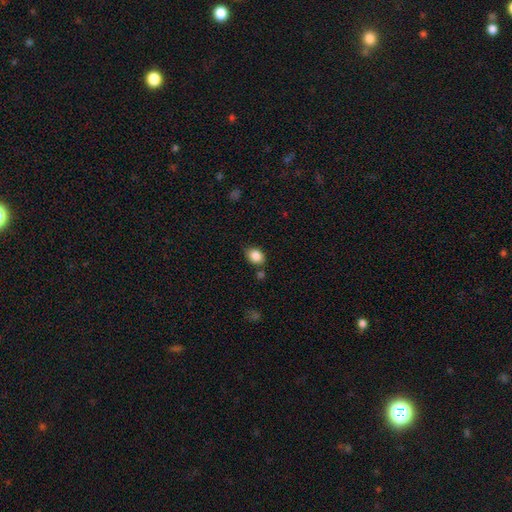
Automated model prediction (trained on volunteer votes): smooth-or-featured: smooth: 86% | star or artifact: 9% | featured or disk: 5%
  how-rounded: in between: 61% | round: 38% | cigar-shaped: 1%
  merging: none: 76% | minor disturbance: 15% | merger: 6% | major disturbance: 3%